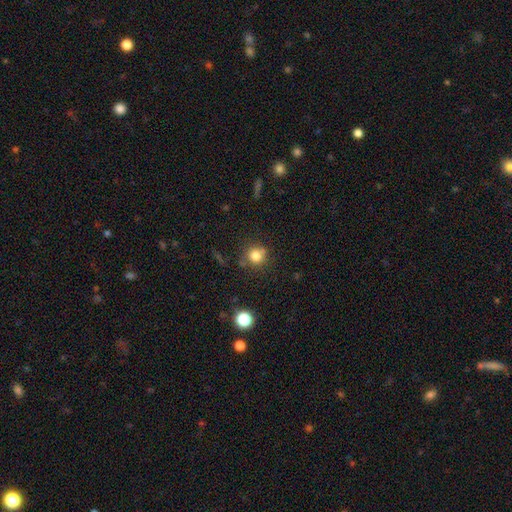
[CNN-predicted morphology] smooth_or_featured: smooth (p=0.79) [alt: star or artifact p=0.13]
how_rounded: round (p=0.89) [alt: in between p=0.10]
merging: none (p=0.71) [alt: minor disturbance p=0.15]